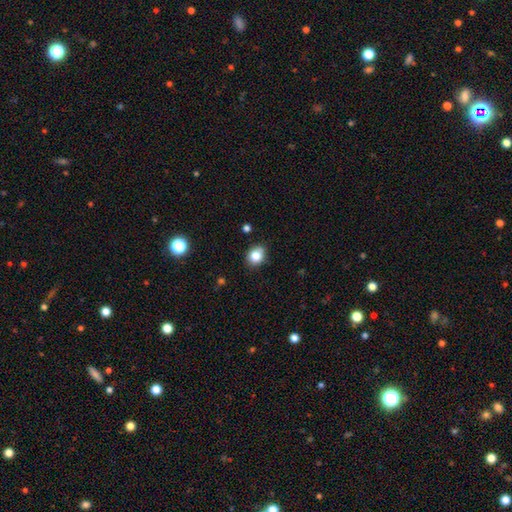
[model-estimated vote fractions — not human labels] Smooth or featured?
  - smooth: 81% *
  - star or artifact: 11%
  - featured or disk: 8%
How rounded?
  - round: 60% *
  - in between: 39%
  - cigar-shaped: 1%
Merging?
  - none: 81% *
  - minor disturbance: 14%
  - major disturbance: 3%
  - merger: 2%